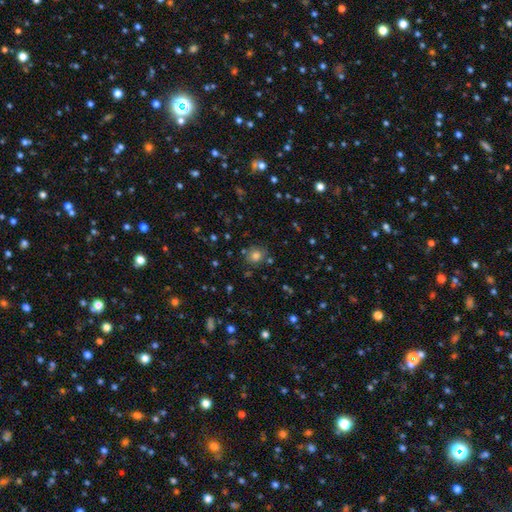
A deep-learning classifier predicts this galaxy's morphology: smooth_or_featured: smooth (p=0.78) [alt: star or artifact p=0.15]
how_rounded: round (p=0.83) [alt: in between p=0.16]
merging: none (p=0.81) [alt: minor disturbance p=0.11]